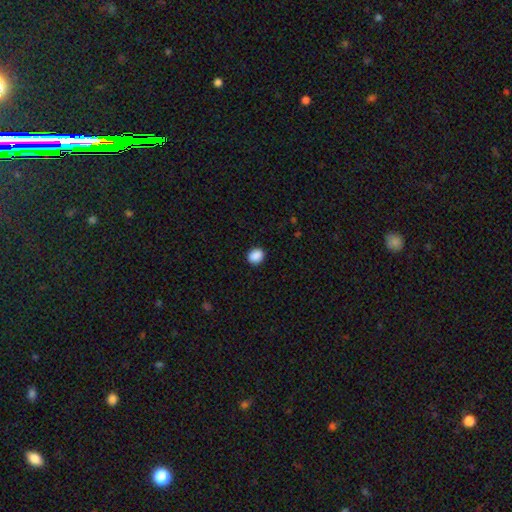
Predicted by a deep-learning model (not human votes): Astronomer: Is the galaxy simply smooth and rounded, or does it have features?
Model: smooth — 89%.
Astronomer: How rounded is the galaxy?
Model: round — 59% (runner-up: in between, 40%).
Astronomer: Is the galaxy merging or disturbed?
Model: none — 90%.